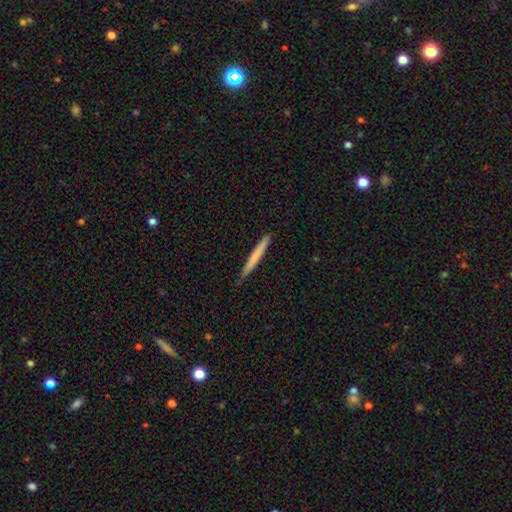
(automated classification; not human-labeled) A smooth galaxy with no disk features (66%) that is cigar-shaped (97%).

Vote fractions:
- Smooth or featured? smooth: 66% / featured or disk: 29% / star or artifact: 5%
- How rounded? cigar-shaped: 97% / in between: 2% / round: 1%
- Merging? none: 88% / minor disturbance: 9% / major disturbance: 1% / merger: 1%